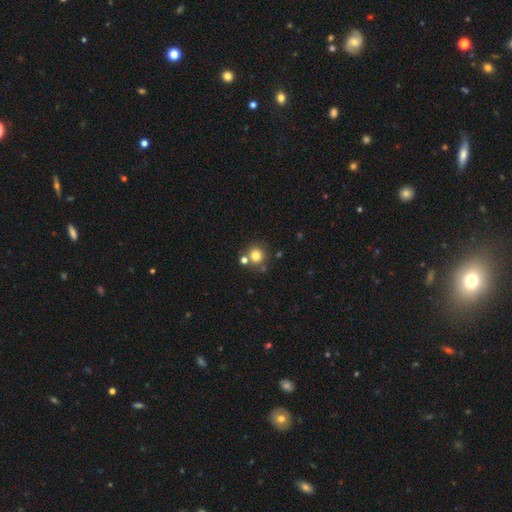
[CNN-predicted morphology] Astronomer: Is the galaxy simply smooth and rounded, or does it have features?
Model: smooth — 78%.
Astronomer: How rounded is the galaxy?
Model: round — 91%.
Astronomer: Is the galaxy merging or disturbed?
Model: none — 71%.